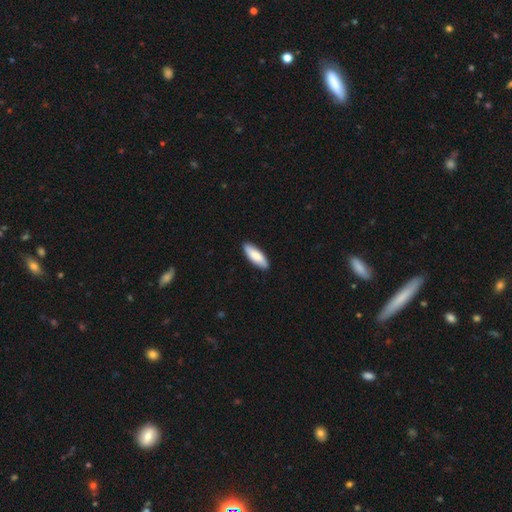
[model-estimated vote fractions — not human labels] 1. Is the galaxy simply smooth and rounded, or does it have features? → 83% smooth, 13% featured or disk, 5% star or artifact.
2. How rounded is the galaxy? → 56% in between, 42% cigar-shaped, 2% round.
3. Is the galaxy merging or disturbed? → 90% none, 8% minor disturbance, 1% major disturbance, 1% merger.